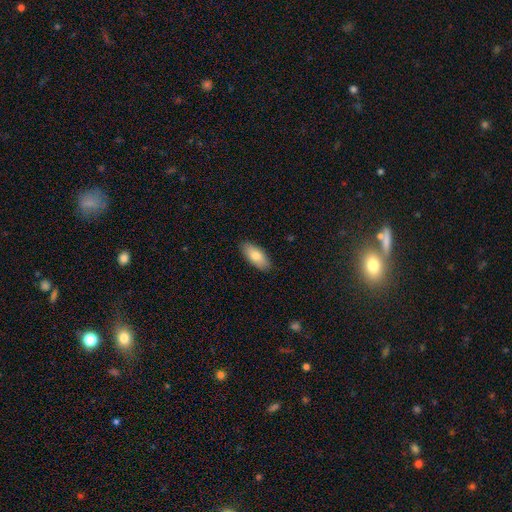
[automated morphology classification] Smooth or featured? Predicted: smooth (p=0.80). How rounded? Predicted: in between (p=0.85). Merging? Predicted: none (p=0.88).